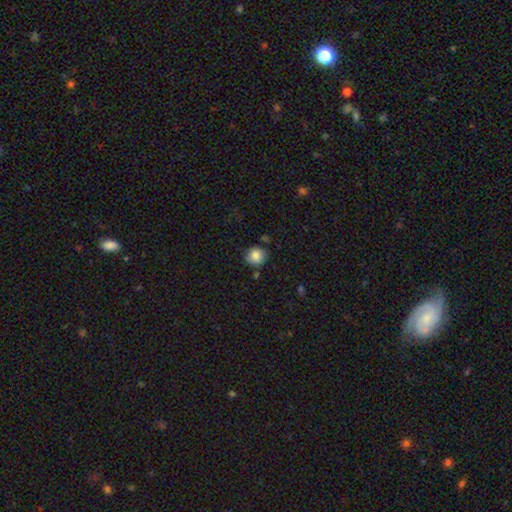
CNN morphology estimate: A smooth galaxy with no disk features (84%) that is round (86%).

Vote fractions:
- Smooth or featured? smooth: 84% / star or artifact: 9% / featured or disk: 7%
- How rounded? round: 86% / in between: 13% / cigar-shaped: 1%
- Merging? none: 76% / minor disturbance: 16% / merger: 4% / major disturbance: 4%